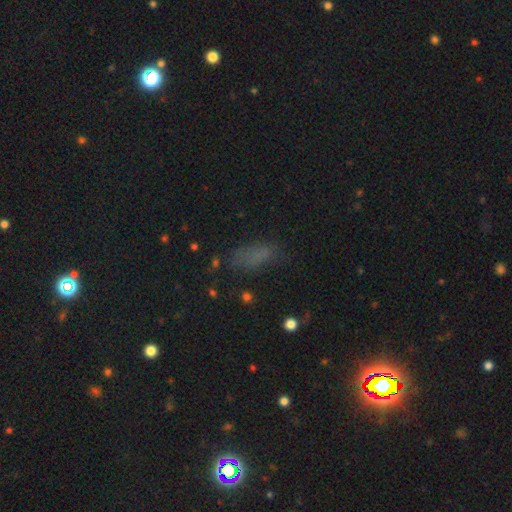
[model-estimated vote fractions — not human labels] The model was most divided on "smooth or featured": smooth: 63%, star or artifact: 25%, featured or disk: 12%. More confident: how rounded — in between (73%); merging — none (62%).